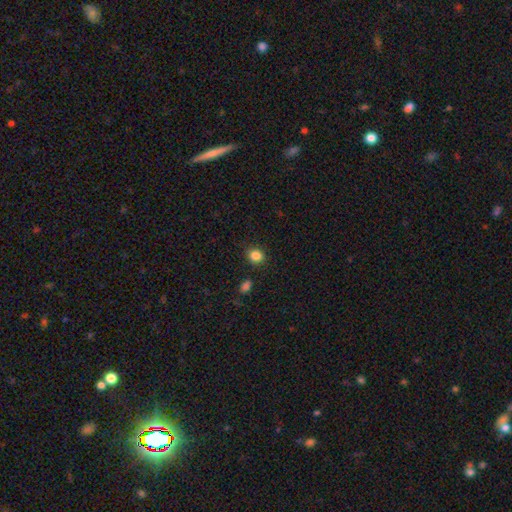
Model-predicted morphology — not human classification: Q: Smooth or featured?
A: smooth (85%); runner-up: star or artifact (11%)
Q: How rounded?
A: round (68%); runner-up: in between (31%)
Q: Merging?
A: none (86%); runner-up: minor disturbance (9%)